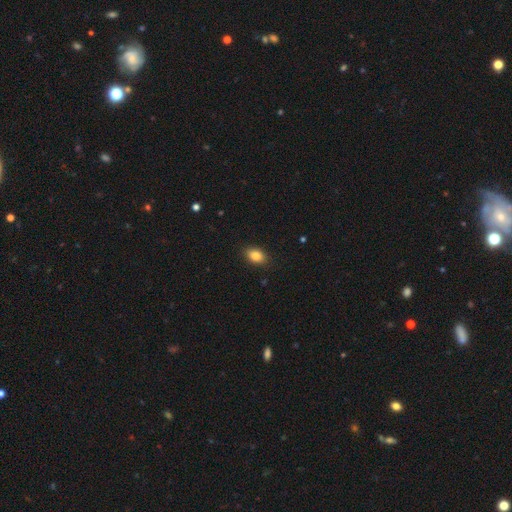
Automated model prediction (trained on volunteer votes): A smooth galaxy with no disk features (85%) that is in between round and cigar-shaped (83%).

Vote fractions:
- Smooth or featured? smooth: 85% / star or artifact: 9% / featured or disk: 6%
- How rounded? in between: 83% / round: 16% / cigar-shaped: 1%
- Merging? none: 88% / minor disturbance: 9% / major disturbance: 2% / merger: 1%